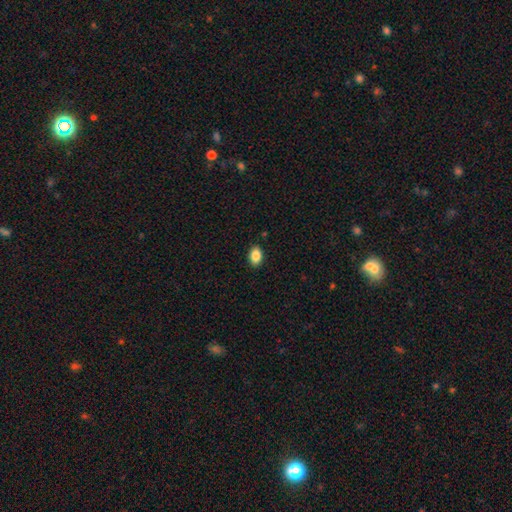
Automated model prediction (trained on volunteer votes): smooth_or_featured: smooth (p=0.87) [alt: star or artifact p=0.08]
how_rounded: in between (p=0.85) [alt: round p=0.13]
merging: none (p=0.89) [alt: minor disturbance p=0.08]